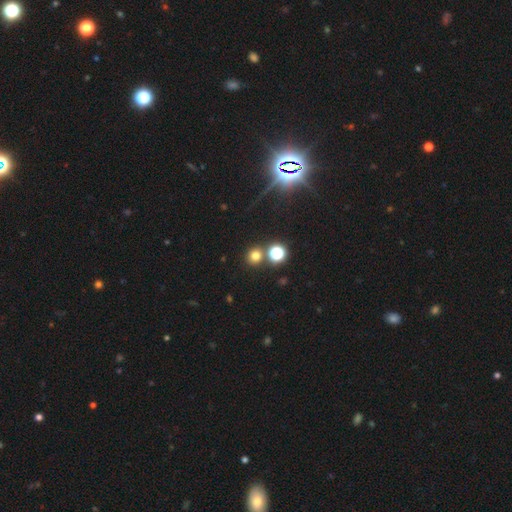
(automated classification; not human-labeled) The model was most divided on "smooth or featured": smooth: 71%, star or artifact: 22%, featured or disk: 7%. More confident: how rounded — round (90%); merging — none (79%).